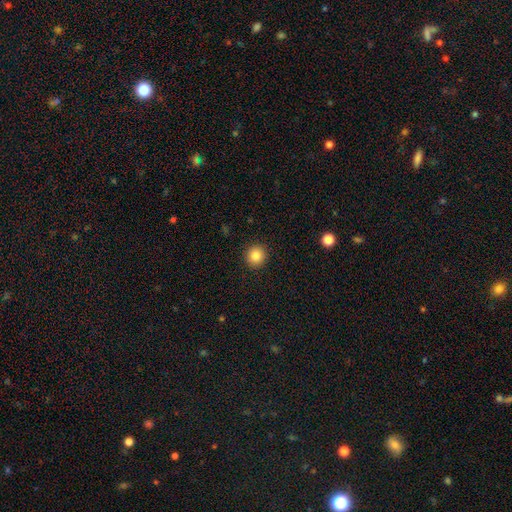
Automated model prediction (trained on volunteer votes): Smooth or featured?
  - smooth: 85% *
  - star or artifact: 10%
  - featured or disk: 5%
How rounded?
  - round: 93% *
  - in between: 6%
  - cigar-shaped: 1%
Merging?
  - none: 92% *
  - minor disturbance: 5%
  - major disturbance: 2%
  - merger: 1%